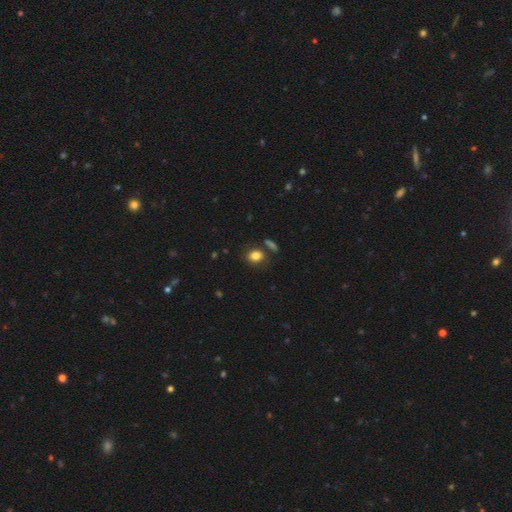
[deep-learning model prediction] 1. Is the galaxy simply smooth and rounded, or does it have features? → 82% smooth, 10% star or artifact, 8% featured or disk.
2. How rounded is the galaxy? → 52% in between, 46% round, 2% cigar-shaped.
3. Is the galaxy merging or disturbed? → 75% none, 13% minor disturbance, 8% merger, 4% major disturbance.